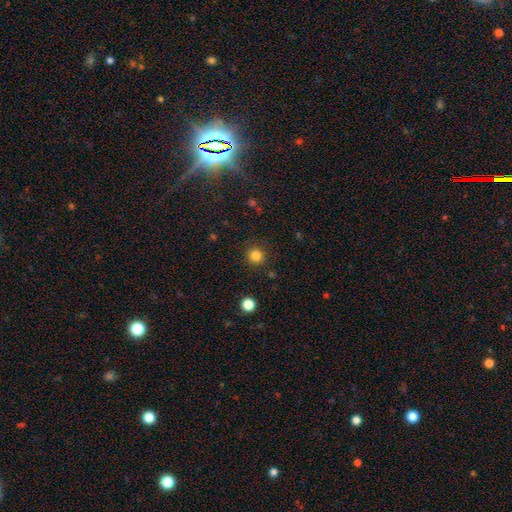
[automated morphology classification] Smooth or featured?
  - smooth: 83% *
  - star or artifact: 13%
  - featured or disk: 4%
How rounded?
  - round: 94% *
  - in between: 5%
  - cigar-shaped: 1%
Merging?
  - none: 89% *
  - minor disturbance: 6%
  - major disturbance: 3%
  - merger: 1%